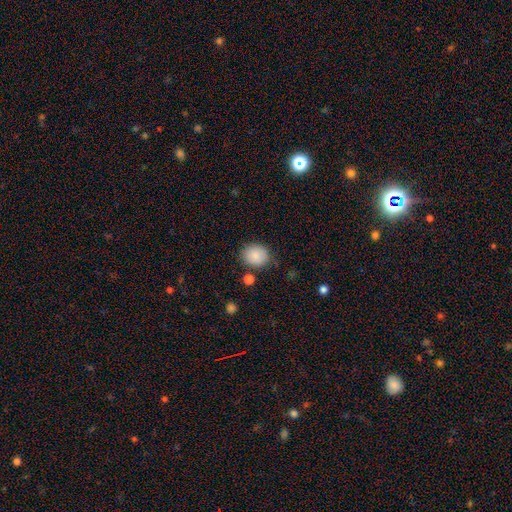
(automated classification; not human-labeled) smooth_or_featured: smooth (p=0.88) [alt: star or artifact p=0.08]
how_rounded: round (p=0.72) [alt: in between p=0.27]
merging: none (p=0.81) [alt: minor disturbance p=0.12]